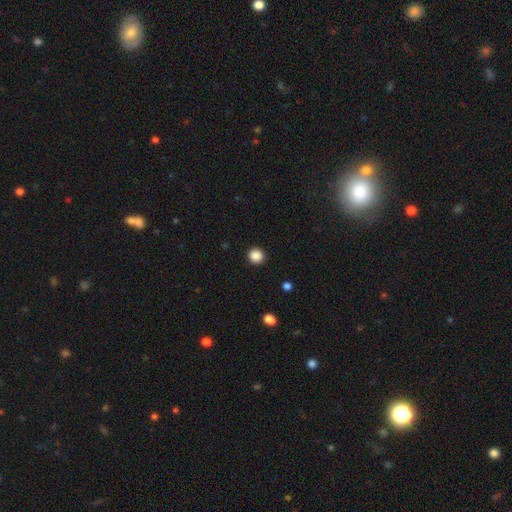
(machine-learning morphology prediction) Q: Smooth or featured?
A: smooth (87%); runner-up: star or artifact (10%)
Q: How rounded?
A: round (93%); runner-up: in between (6%)
Q: Merging?
A: none (92%); runner-up: minor disturbance (5%)